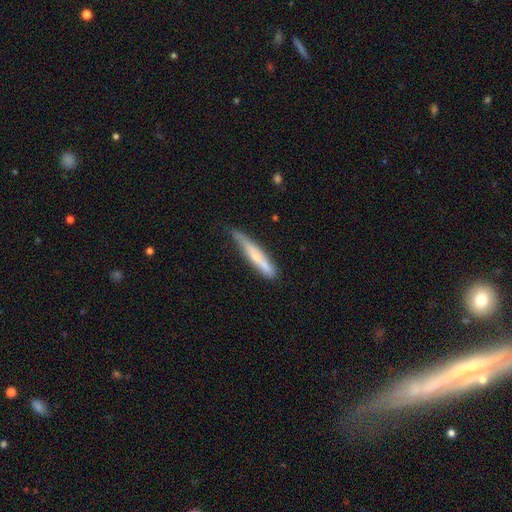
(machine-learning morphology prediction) smooth 56%, featured or disk 38%, star or artifact 6%. Down the decision tree: how rounded — cigar-shaped (93%); merging — none (57%).